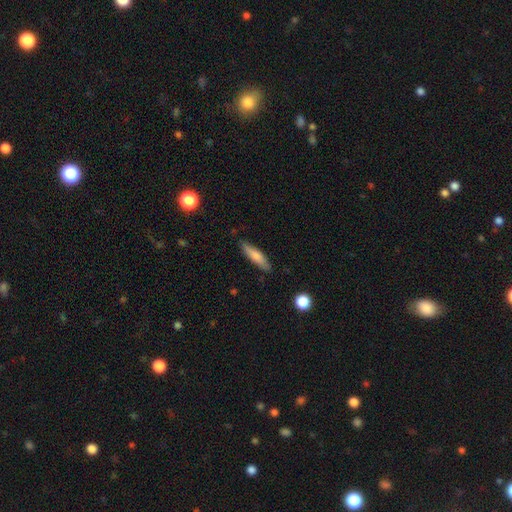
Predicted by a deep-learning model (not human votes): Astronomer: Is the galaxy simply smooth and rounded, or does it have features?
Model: smooth — 74%.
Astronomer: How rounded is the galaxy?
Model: cigar-shaped — 79%.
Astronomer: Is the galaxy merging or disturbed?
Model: none — 85%.